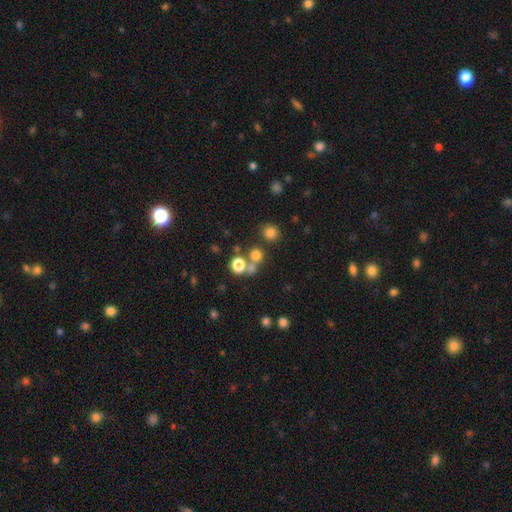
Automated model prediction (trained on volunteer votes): Q: Smooth or featured?
A: smooth (70%); runner-up: star or artifact (21%)
Q: How rounded?
A: round (85%); runner-up: in between (14%)
Q: Merging?
A: none (61%); runner-up: merger (27%)